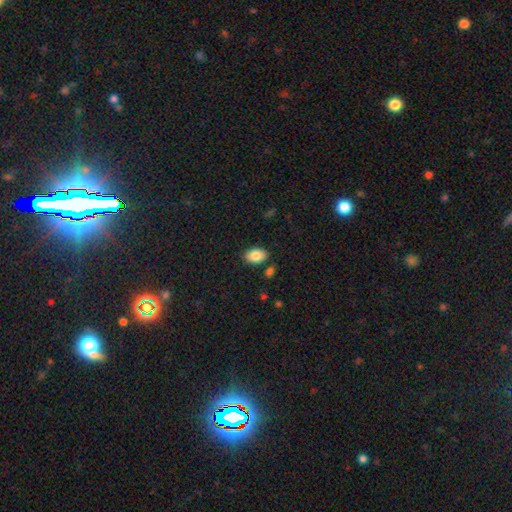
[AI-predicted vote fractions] The model was most divided on "merging": none: 84%, minor disturbance: 10%, merger: 4%, major disturbance: 2%. More confident: how rounded — in between (90%); smooth or featured — smooth (86%).